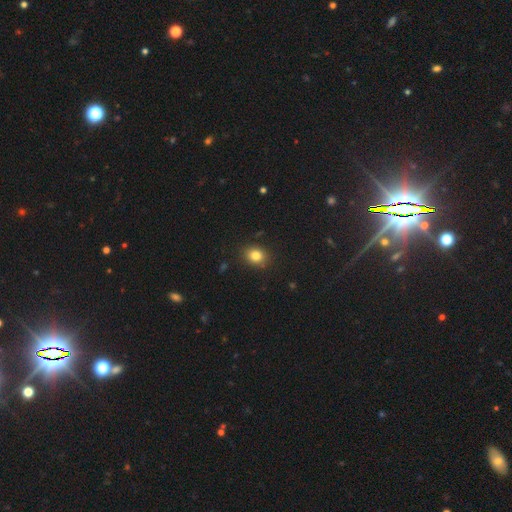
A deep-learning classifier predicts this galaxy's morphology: Q: Smooth or featured?
A: smooth (82%); runner-up: star or artifact (11%)
Q: How rounded?
A: round (60%); runner-up: in between (39%)
Q: Merging?
A: none (88%); runner-up: minor disturbance (9%)